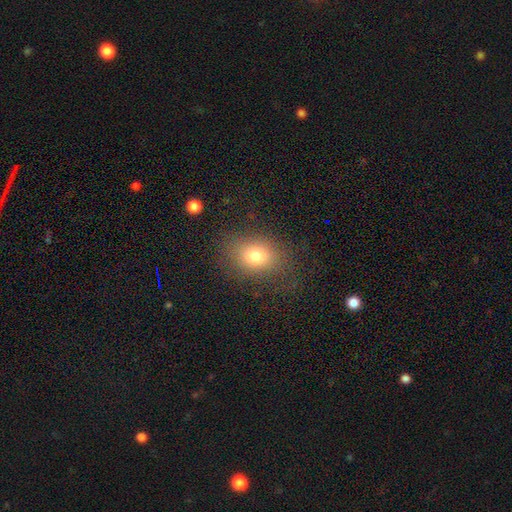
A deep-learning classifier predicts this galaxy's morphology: Smooth or featured? Predicted: smooth (p=0.76). How rounded? Predicted: in between (p=0.62). Merging? Predicted: none (p=0.78).